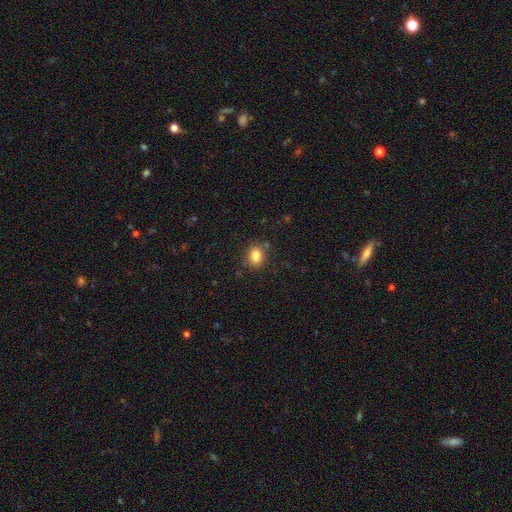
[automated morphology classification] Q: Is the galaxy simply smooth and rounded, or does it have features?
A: smooth — 83%.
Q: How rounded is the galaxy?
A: in between — 59%.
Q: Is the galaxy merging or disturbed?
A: none — 83%.